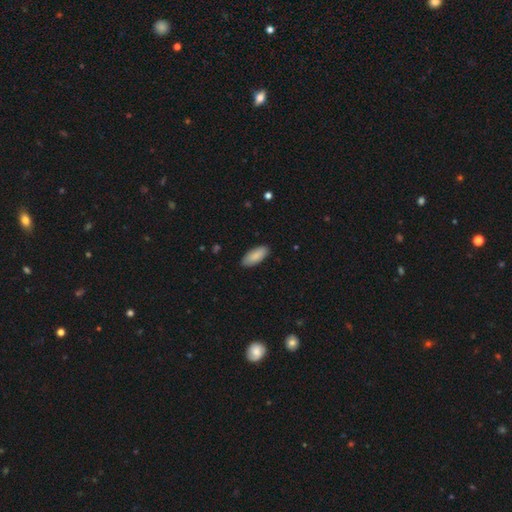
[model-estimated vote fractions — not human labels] Smooth or featured: smooth — 88% (featured or disk — 6%)
How rounded: in between — 85% (cigar-shaped — 14%)
Merging: none — 88% (minor disturbance — 9%)